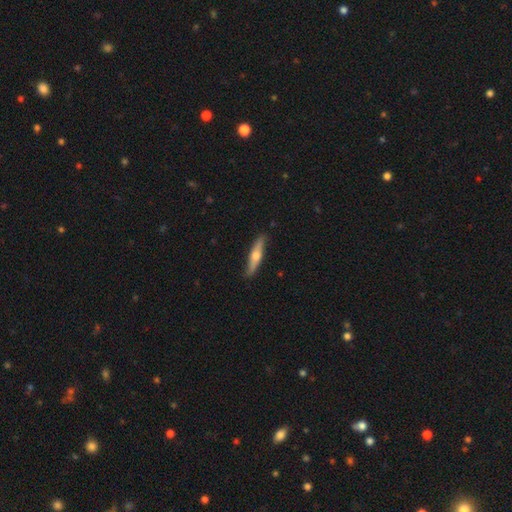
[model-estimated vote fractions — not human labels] Smooth or featured: featured or disk — 51% (smooth — 44%)
Edge-on disk: yes — 88% (no — 12%)
Merging: none — 85% (minor disturbance — 12%)